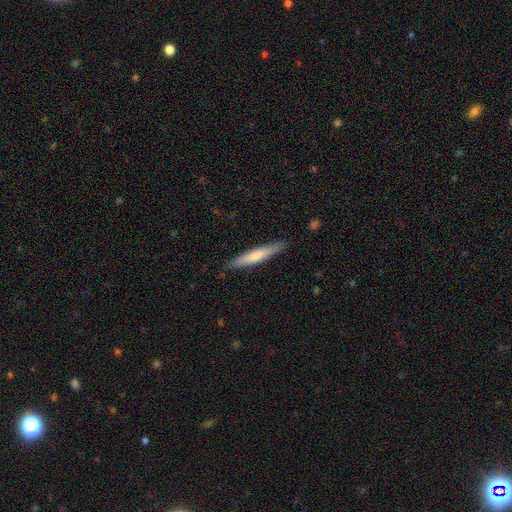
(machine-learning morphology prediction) smooth_or_featured: smooth (p=0.62) [alt: featured or disk p=0.33]
how_rounded: cigar-shaped (p=0.93) [alt: in between p=0.06]
merging: none (p=0.89) [alt: minor disturbance p=0.09]